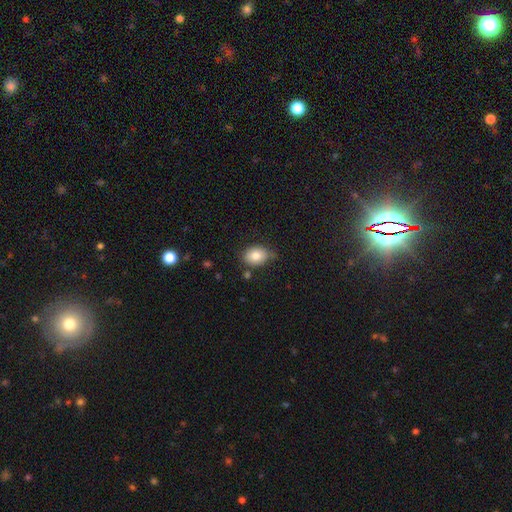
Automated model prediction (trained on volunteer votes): A smooth galaxy with no disk features (83%) that is in between round and cigar-shaped (62%). Merging: none (70%).